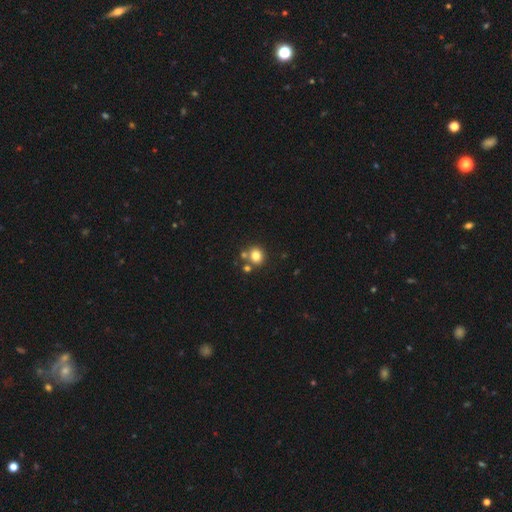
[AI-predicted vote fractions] smooth-or-featured: smooth: 81% | star or artifact: 12% | featured or disk: 7%
  how-rounded: round: 82% | in between: 17% | cigar-shaped: 1%
  merging: none: 69% | merger: 19% | minor disturbance: 9% | major disturbance: 3%